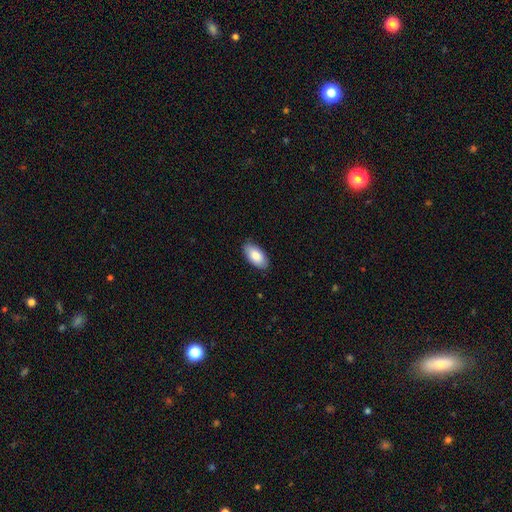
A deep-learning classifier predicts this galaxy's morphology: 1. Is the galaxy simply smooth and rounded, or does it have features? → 84% smooth, 10% featured or disk, 6% star or artifact.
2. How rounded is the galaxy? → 95% in between, 3% cigar-shaped, 2% round.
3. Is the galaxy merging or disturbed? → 87% none, 10% minor disturbance, 2% major disturbance, 1% merger.